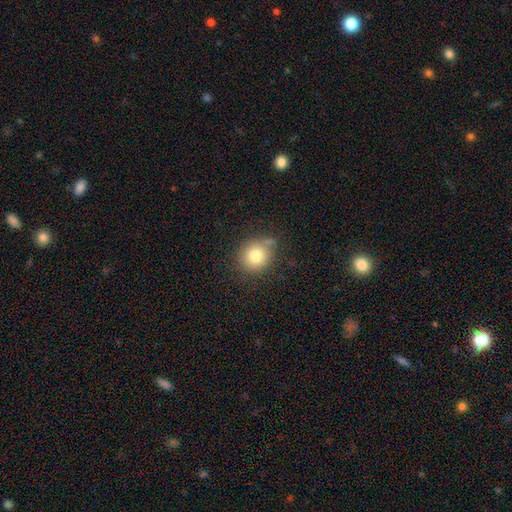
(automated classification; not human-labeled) This is likely a smooth galaxy (78%). How rounded: likely round (80%). Merging: likely none (71%).